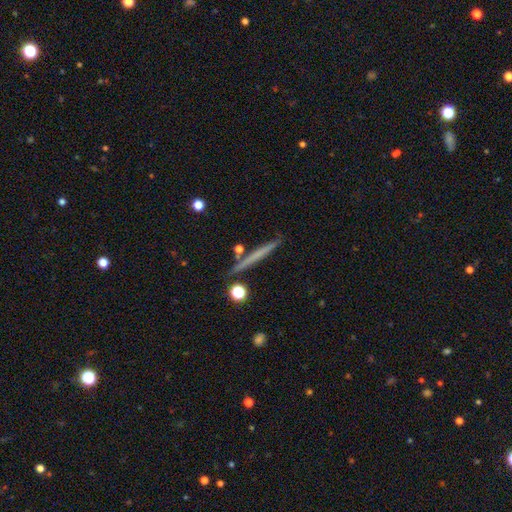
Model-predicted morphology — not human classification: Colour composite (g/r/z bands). It shows a smooth galaxy with no disk features (46%, tied with featured or disk). Merging: none (88%).